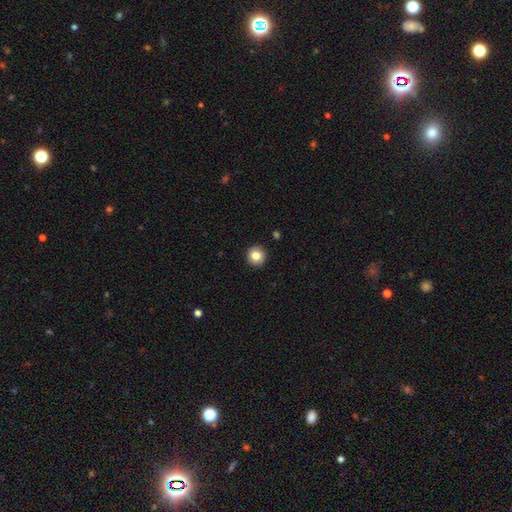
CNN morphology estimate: Q: Smooth or featured?
A: smooth (82%); runner-up: star or artifact (10%)
Q: How rounded?
A: round (96%); runner-up: in between (3%)
Q: Merging?
A: none (93%); runner-up: minor disturbance (4%)